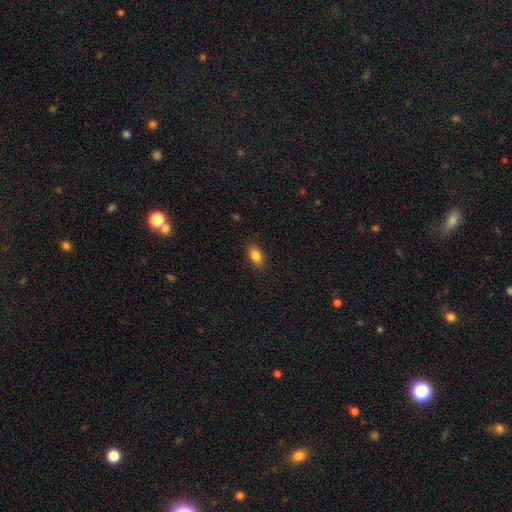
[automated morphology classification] Smooth or featured?
  - smooth: 84% *
  - featured or disk: 8%
  - star or artifact: 8%
How rounded?
  - in between: 89% *
  - cigar-shaped: 6%
  - round: 5%
Merging?
  - none: 87% *
  - minor disturbance: 10%
  - major disturbance: 2%
  - merger: 1%